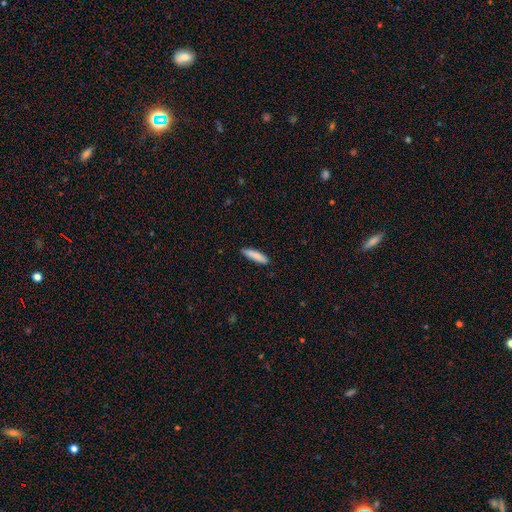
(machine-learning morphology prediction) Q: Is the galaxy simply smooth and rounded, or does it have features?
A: smooth — 86%.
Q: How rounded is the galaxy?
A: cigar-shaped — 82%.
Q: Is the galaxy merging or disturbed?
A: none — 88%.